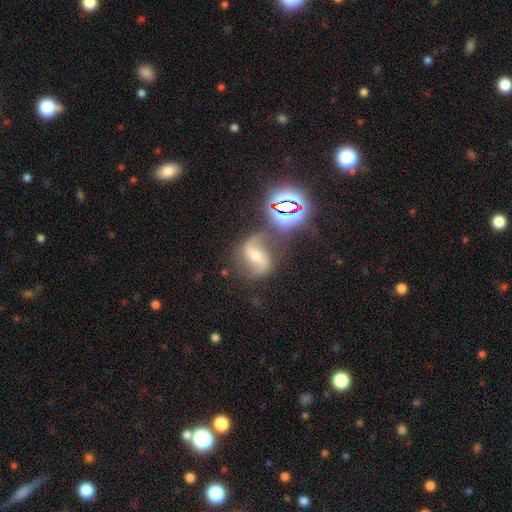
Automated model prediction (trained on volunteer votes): Smooth or featured: featured or disk — 70% (star or artifact — 17%)
Edge-on disk: no — 96% (yes — 4%)
Bar: strong — 40% (weak — 34%)
Spiral arms: yes — 91% (no — 9%)
Spiral winding: loose — 62% (medium — 30%)
Spiral arm count: 2 — 89% (1 — 4%)
Bulge size: moderate — 57% (small — 34%)
Merging: none — 60% (minor disturbance — 17%)